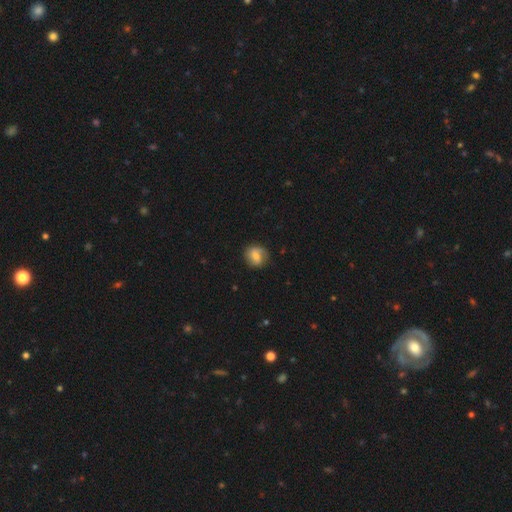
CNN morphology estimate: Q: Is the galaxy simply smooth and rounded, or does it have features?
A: smooth — 57%.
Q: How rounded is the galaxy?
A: round — 74%.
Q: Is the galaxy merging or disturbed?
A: none — 73%.